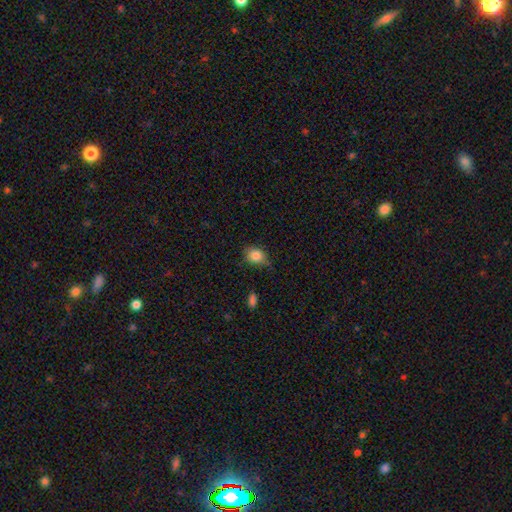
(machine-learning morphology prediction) smooth_or_featured: smooth (p=0.83) [alt: star or artifact p=0.09]
how_rounded: in between (p=0.50) [alt: round p=0.49]
merging: none (p=0.66) [alt: minor disturbance p=0.27]